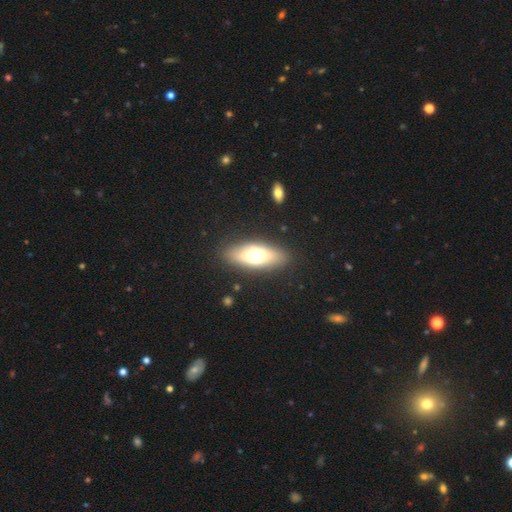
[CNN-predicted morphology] Overall: smooth (61%; featured or disk 31%). How rounded: in between (71%). Merging: none (86%).